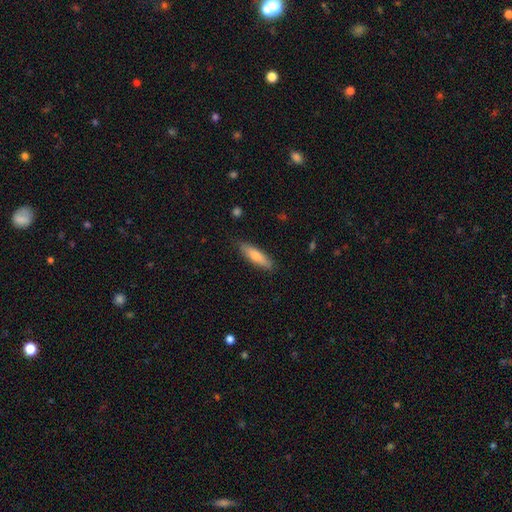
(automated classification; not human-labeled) Q: Smooth or featured?
A: smooth (69%); runner-up: featured or disk (25%)
Q: How rounded?
A: cigar-shaped (69%); runner-up: in between (29%)
Q: Merging?
A: none (87%); runner-up: minor disturbance (10%)